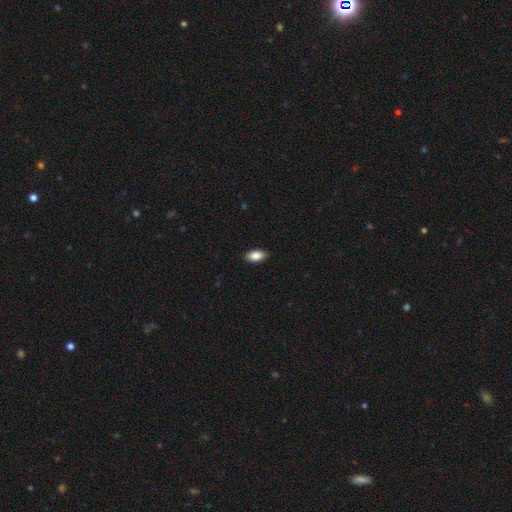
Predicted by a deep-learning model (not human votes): Smooth or featured: smooth — 88% (star or artifact — 7%)
How rounded: in between — 92% (cigar-shaped — 4%)
Merging: none — 89% (minor disturbance — 8%)